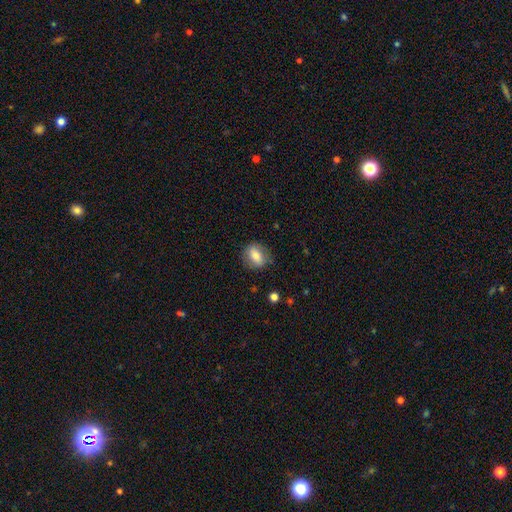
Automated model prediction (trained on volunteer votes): The model was most divided on "how rounded": in between: 53%, round: 45%, cigar-shaped: 2%. More confident: merging — none (81%); smooth or featured — smooth (73%).